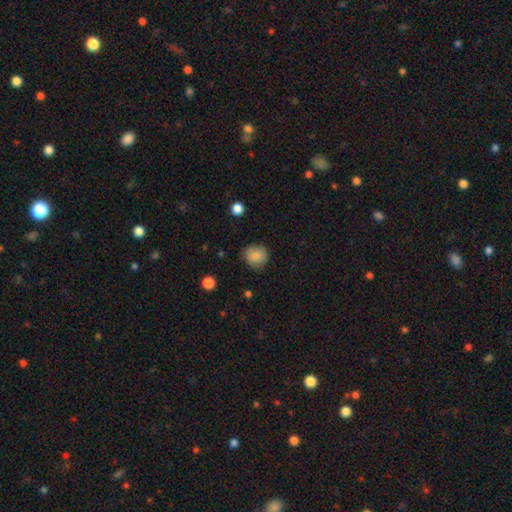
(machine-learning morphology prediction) A smooth galaxy with no disk features (86%) that is round (82%). Merging: none (81%).